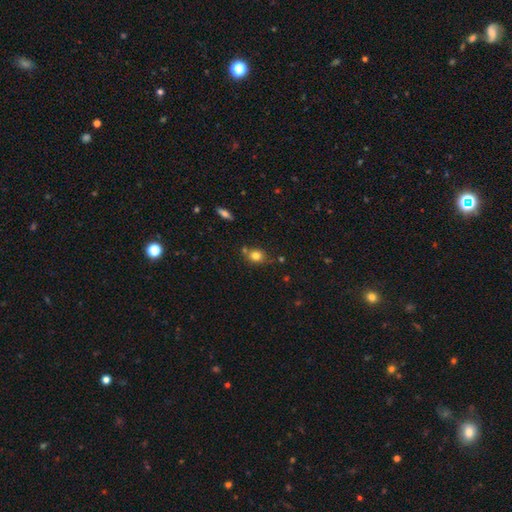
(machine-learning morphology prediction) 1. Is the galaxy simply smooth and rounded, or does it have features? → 79% smooth, 12% star or artifact, 9% featured or disk.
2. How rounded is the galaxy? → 71% round, 28% in between, 1% cigar-shaped.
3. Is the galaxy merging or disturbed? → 66% none, 16% minor disturbance, 15% merger, 4% major disturbance.